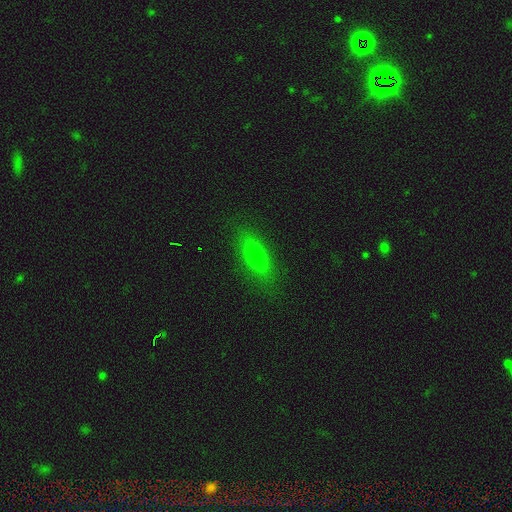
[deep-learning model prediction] A smooth galaxy with no disk features (70%) that is in between round and cigar-shaped (60%). Merging: none (84%).